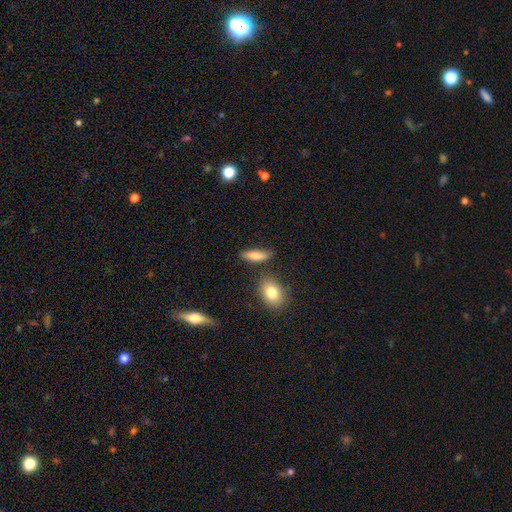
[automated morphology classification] smooth_or_featured: smooth (p=0.83) [alt: featured or disk p=0.09]
how_rounded: in between (p=0.62) [alt: cigar-shaped p=0.34]
merging: none (p=0.74) [alt: minor disturbance p=0.16]